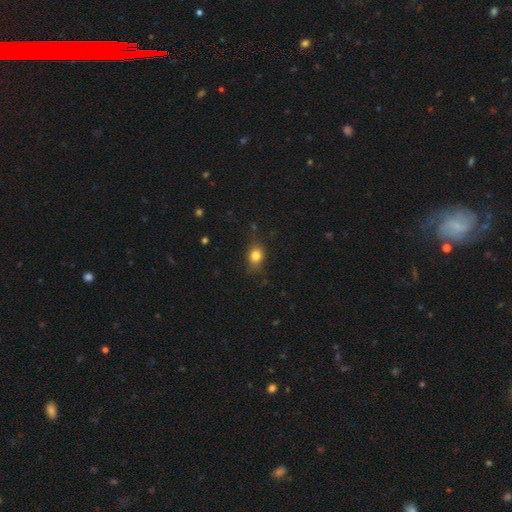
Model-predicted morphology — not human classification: Smooth or featured? Predicted: smooth (p=0.79). How rounded? Predicted: in between (p=0.50). Merging? Predicted: none (p=0.75).